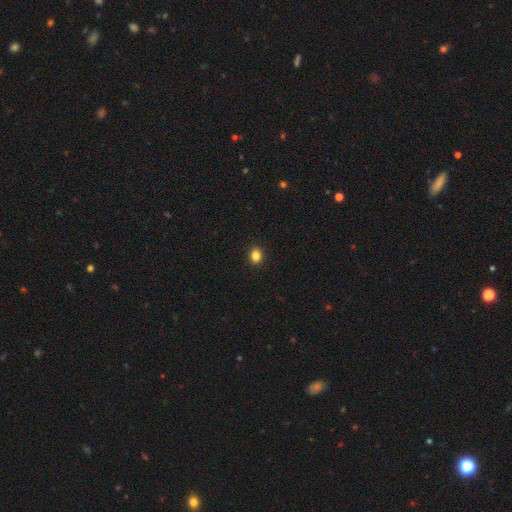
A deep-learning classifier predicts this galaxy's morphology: Smooth or featured? smooth (85%)
How rounded? round (57%)
Merging? none (92%)